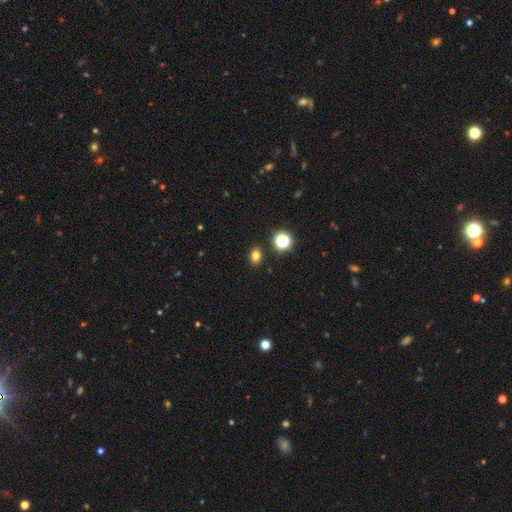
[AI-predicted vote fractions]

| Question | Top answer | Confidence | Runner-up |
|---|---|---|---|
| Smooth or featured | smooth | 78% | star or artifact (16%) |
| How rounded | in between | 61% | round (37%) |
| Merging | none | 88% | minor disturbance (7%) |